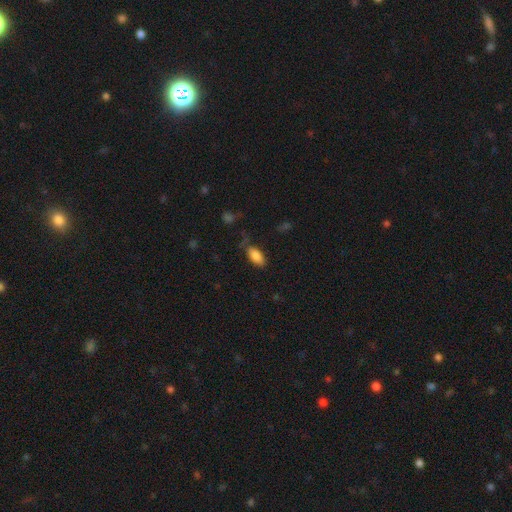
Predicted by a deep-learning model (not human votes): This is clearly a smooth galaxy (85%). How rounded: clearly in between (91%). Merging: likely none (71%).